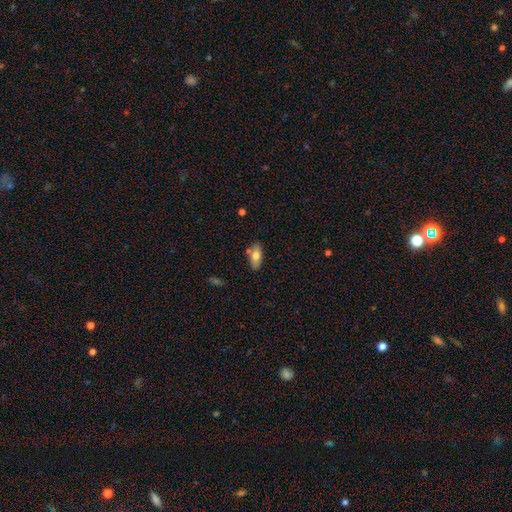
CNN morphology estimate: This is likely a smooth galaxy (70%). How rounded: clearly in between (81%). Merging: likely none (77%).